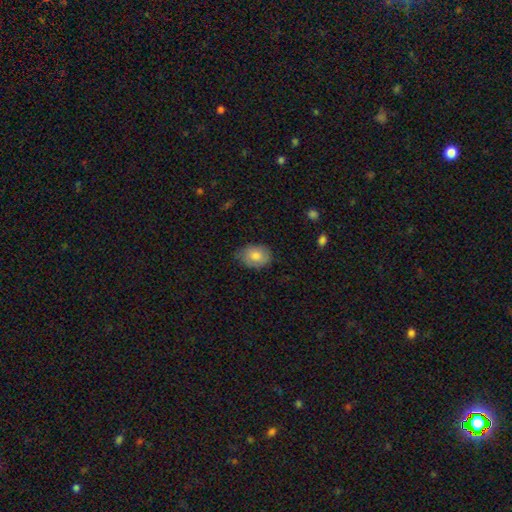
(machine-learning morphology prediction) A smooth galaxy with no disk features (80%) that is in between round and cigar-shaped (73%). Merging: none (72%).